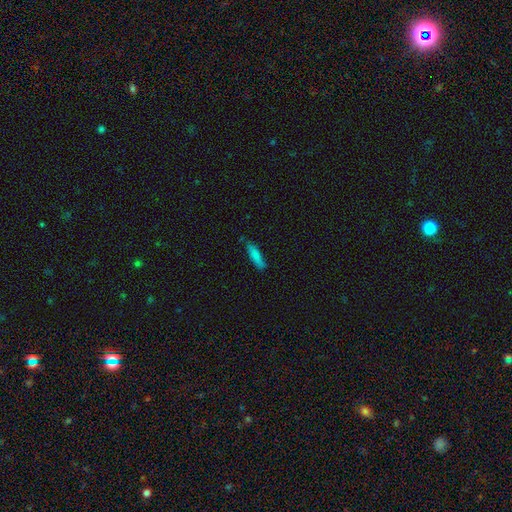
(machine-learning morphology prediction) smooth 79%, featured or disk 14%, star or artifact 7%. Down the decision tree: how rounded — cigar-shaped (73%); merging — none (75%).